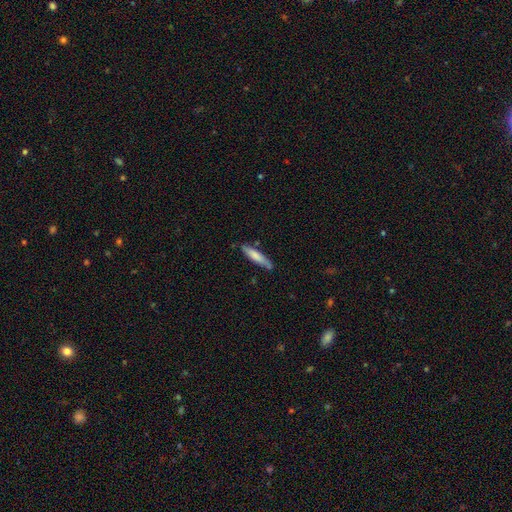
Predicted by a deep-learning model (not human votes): The model was most divided on "smooth or featured": smooth: 73%, featured or disk: 21%, star or artifact: 6%. More confident: how rounded — cigar-shaped (84%); merging — none (77%).